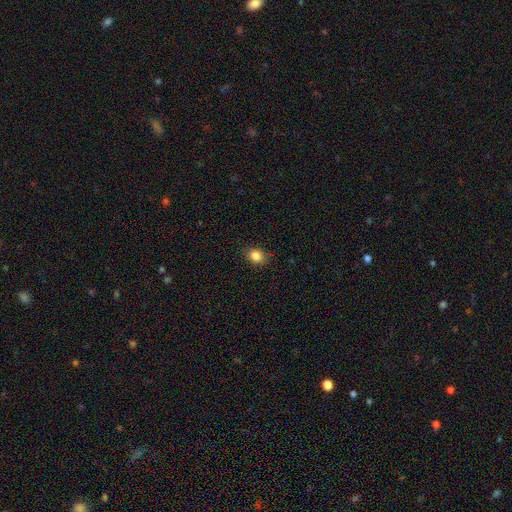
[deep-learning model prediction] smooth 84%, star or artifact 11%, featured or disk 5%. Down the decision tree: how rounded — round (52%); merging — none (85%).